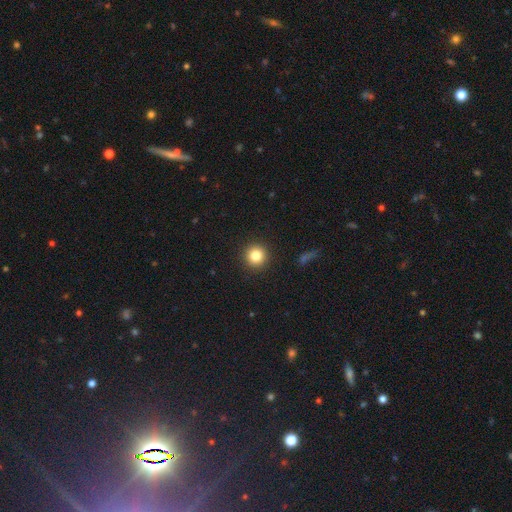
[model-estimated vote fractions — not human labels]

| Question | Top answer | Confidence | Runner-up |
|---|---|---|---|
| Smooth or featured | smooth | 82% | star or artifact (11%) |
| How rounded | round | 95% | in between (4%) |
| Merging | none | 92% | minor disturbance (5%) |